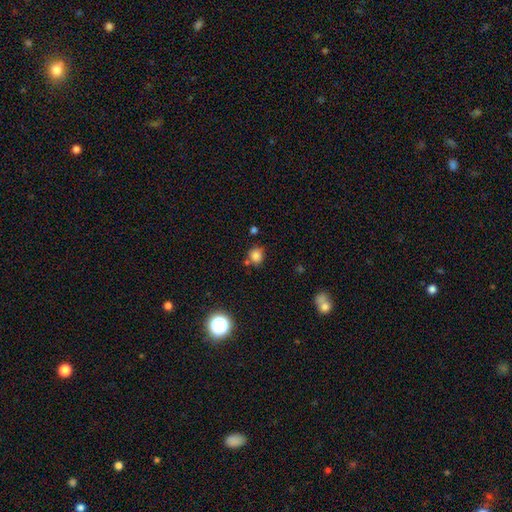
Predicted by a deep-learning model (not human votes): smooth-or-featured: smooth: 82% | star or artifact: 13% | featured or disk: 5%
  how-rounded: round: 78% | in between: 21% | cigar-shaped: 1%
  merging: none: 70% | minor disturbance: 16% | merger: 10% | major disturbance: 4%